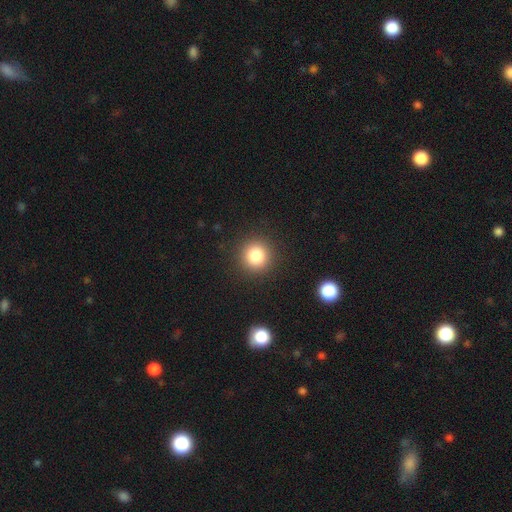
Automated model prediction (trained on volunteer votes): smooth-or-featured: smooth: 81% | star or artifact: 12% | featured or disk: 7%
  how-rounded: round: 94% | in between: 5% | cigar-shaped: 1%
  merging: none: 91% | minor disturbance: 6% | major disturbance: 2% | merger: 1%